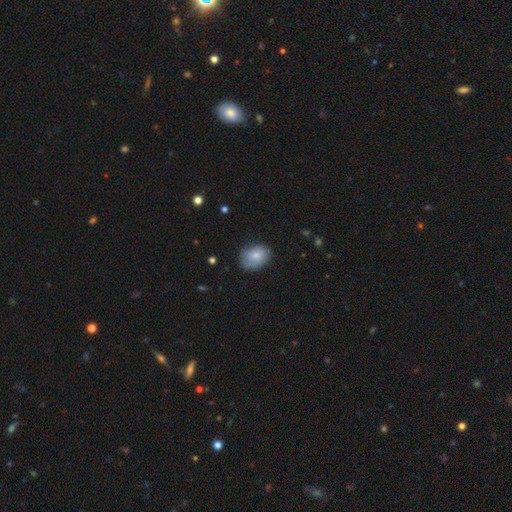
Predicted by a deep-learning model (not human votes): A smooth galaxy with no disk features (76%) that is in between round and cigar-shaped (68%). Merging: none (67%).